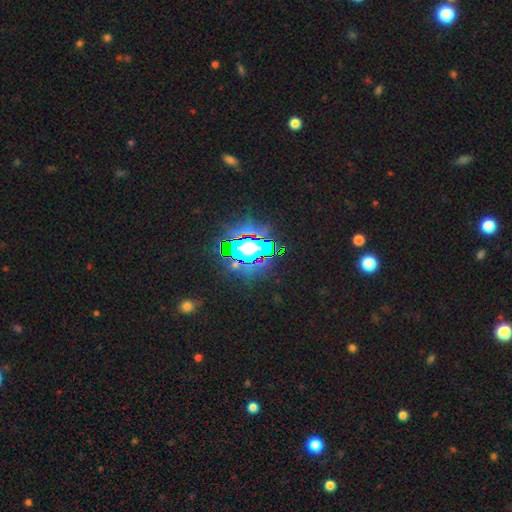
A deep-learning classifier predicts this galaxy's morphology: smooth-or-featured: star or artifact: 81% | smooth: 11% | featured or disk: 8%